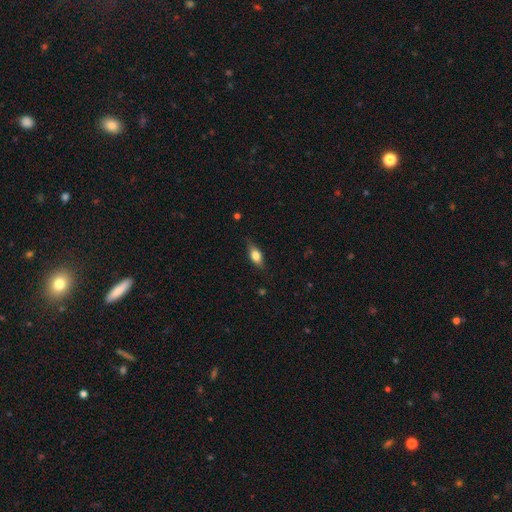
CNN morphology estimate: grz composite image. It shows a smooth galaxy with no disk features (69%) that is in between round and cigar-shaped (76%). Merging: none (76%).